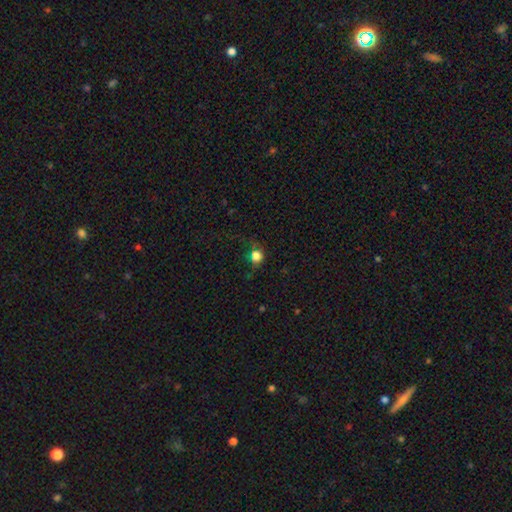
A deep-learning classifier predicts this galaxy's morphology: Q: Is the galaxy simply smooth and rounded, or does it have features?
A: smooth — 75%.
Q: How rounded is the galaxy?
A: round — 83%.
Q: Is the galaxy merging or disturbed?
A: none — 64%.